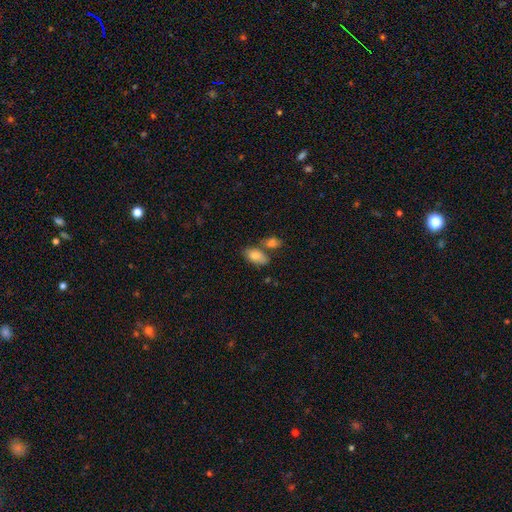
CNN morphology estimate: smooth 82%, featured or disk 11%, star or artifact 8%. Down the decision tree: how rounded — in between (91%); merging — none (51%).